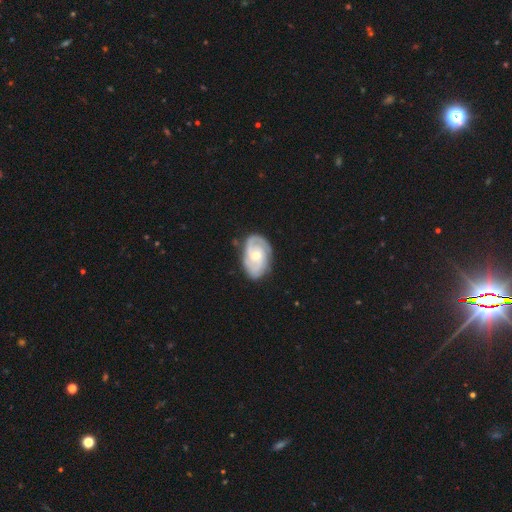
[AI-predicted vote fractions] A featured or disk galaxy (84%) with no bar (61%), 2 (54%) tight (58%) spiral arms (96%) and a moderate central bulge (54%).

Vote fractions:
- Smooth or featured? featured or disk: 84% / smooth: 12% / star or artifact: 4%
- Edge-on disk? no: 97% / yes: 3%
- Bar? no: 61% / weak: 33% / strong: 6%
- Spiral arms? yes: 96% / no: 4%
- Spiral winding? tight: 58% / medium: 34% / loose: 8%
- Spiral arm count? 2: 54% / 3: 18% / can't tell: 17% / 1: 5% / 4: 3% / more than 4: 3%
- Bulge size? moderate: 54% / small: 42% / large: 2% / none: 1% / dominant: 1%
- Merging? none: 75% / minor disturbance: 18% / major disturbance: 5% / merger: 2%